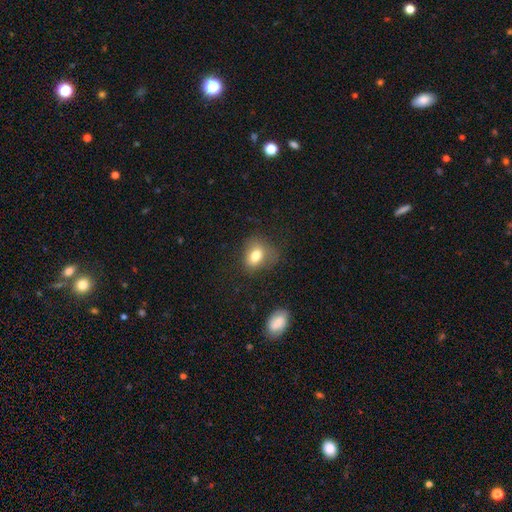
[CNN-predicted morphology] Smooth or featured? smooth (78%)
How rounded? in between (63%)
Merging? none (56%)